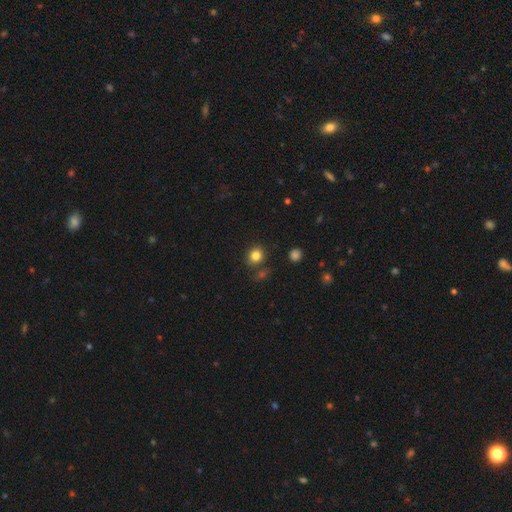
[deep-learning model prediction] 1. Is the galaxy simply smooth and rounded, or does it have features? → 82% smooth, 12% star or artifact, 6% featured or disk.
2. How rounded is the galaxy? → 77% round, 22% in between, 1% cigar-shaped.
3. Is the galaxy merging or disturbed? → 79% none, 11% minor disturbance, 7% merger, 3% major disturbance.